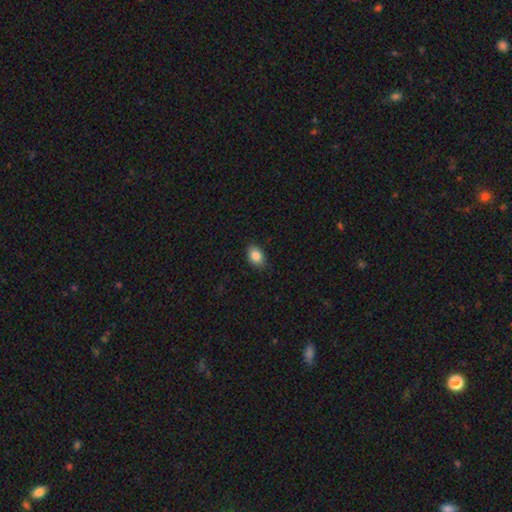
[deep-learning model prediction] Morphology: type=smooth (85%); roundness=in between (81%); merging=none (85%).